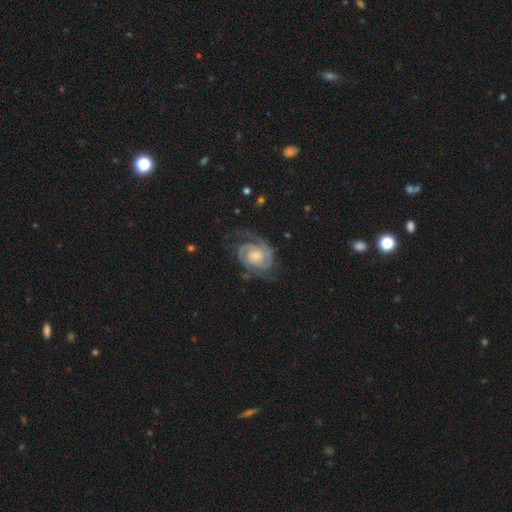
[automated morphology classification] featured or disk 89%, smooth 6%, star or artifact 5%. Down the decision tree: edge-on disk — no (98%); bar — no (61%); spiral arms — yes (98%); spiral arm count — 2 (76%); spiral winding — tight (61%); bulge size — moderate (44%); merging — none (67%).